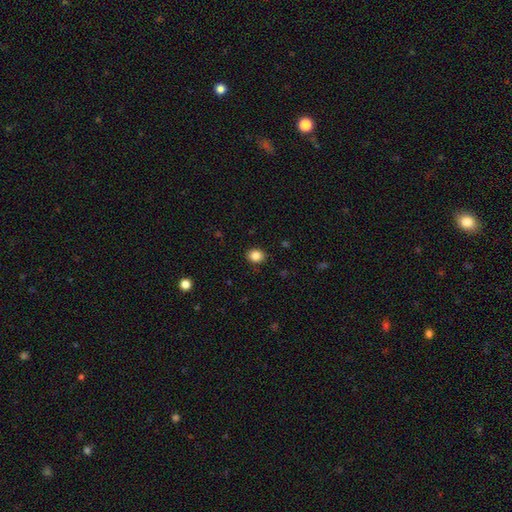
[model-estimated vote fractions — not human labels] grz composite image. It shows a smooth galaxy with no disk features (85%) that is round (61%). Merging: none (89%).